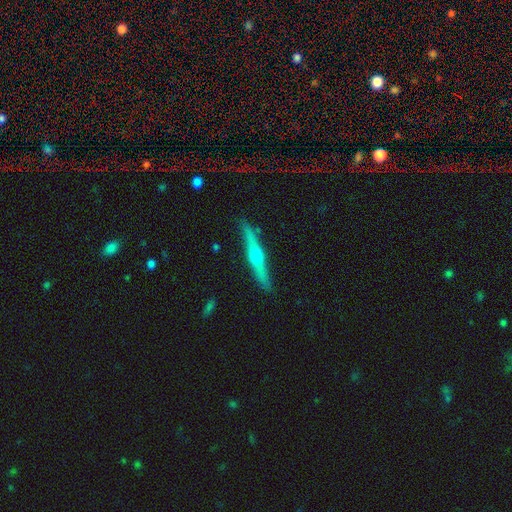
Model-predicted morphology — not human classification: Smooth or featured? featured or disk (68%)
Edge-on disk? yes (97%)
Edge-on bulge? rounded (92%)
Merging? none (88%)